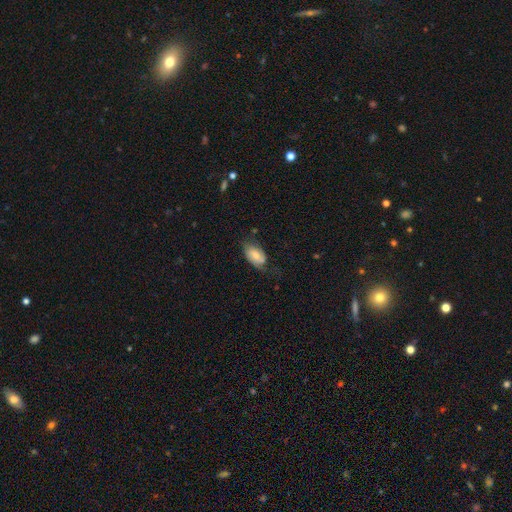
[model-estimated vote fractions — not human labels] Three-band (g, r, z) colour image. It shows a smooth galaxy with no disk features (61%) that is in between round and cigar-shaped (93%). Merging: none (50%).